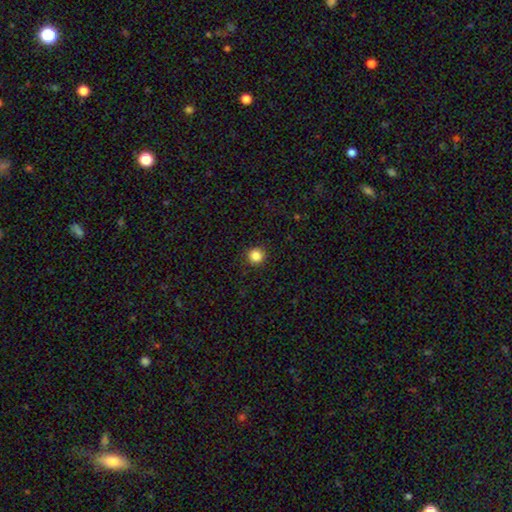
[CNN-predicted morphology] type=smooth (86%); roundness=round (94%); merging=none (91%).